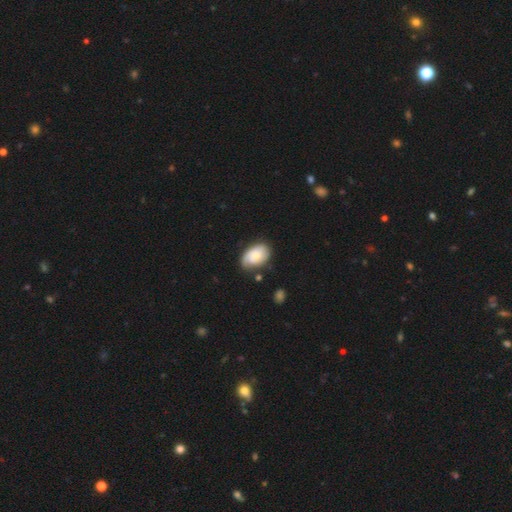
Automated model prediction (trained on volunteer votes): Smooth or featured: smooth — 48% (featured or disk — 45%)
Merging: none — 64% (minor disturbance — 26%)